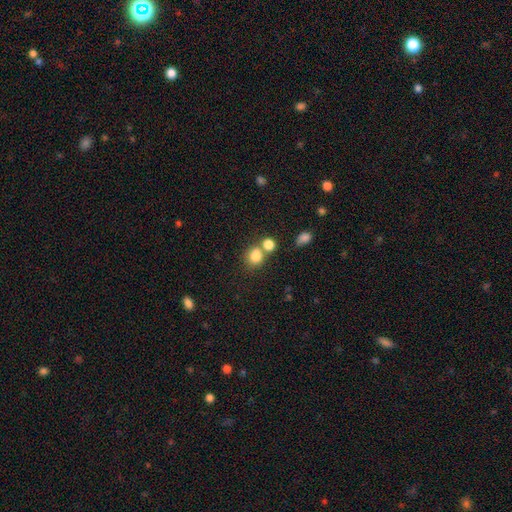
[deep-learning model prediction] The model was most divided on "merging": none: 50%, merger: 36%, minor disturbance: 10%, major disturbance: 4%. More confident: smooth or featured — smooth (81%); how rounded — round (71%).